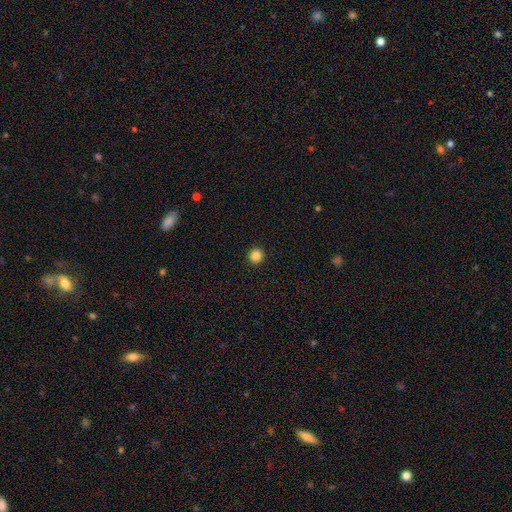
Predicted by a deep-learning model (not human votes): smooth-or-featured: smooth: 85% | star or artifact: 11% | featured or disk: 4%
  how-rounded: round: 93% | in between: 6% | cigar-shaped: 1%
  merging: none: 93% | minor disturbance: 4% | major disturbance: 2% | merger: 1%